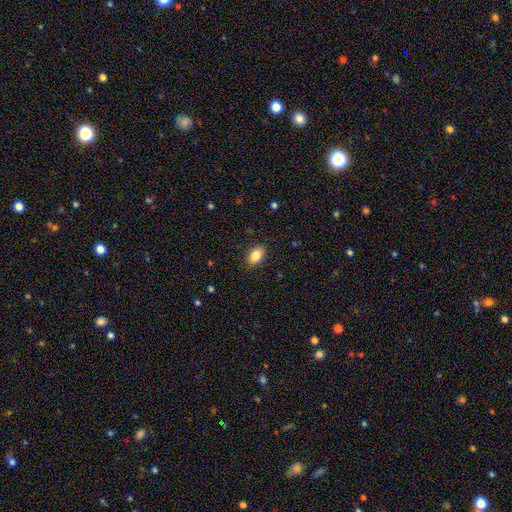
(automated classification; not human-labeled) Smooth or featured? smooth (84%)
How rounded? in between (88%)
Merging? none (87%)